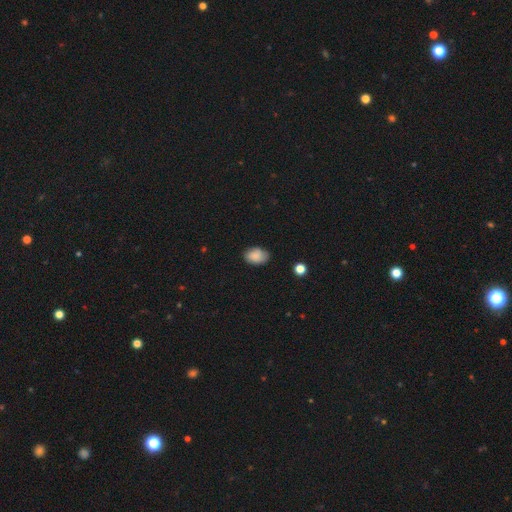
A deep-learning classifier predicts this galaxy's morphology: type=smooth (86%); roundness=in between (81%); merging=none (79%).